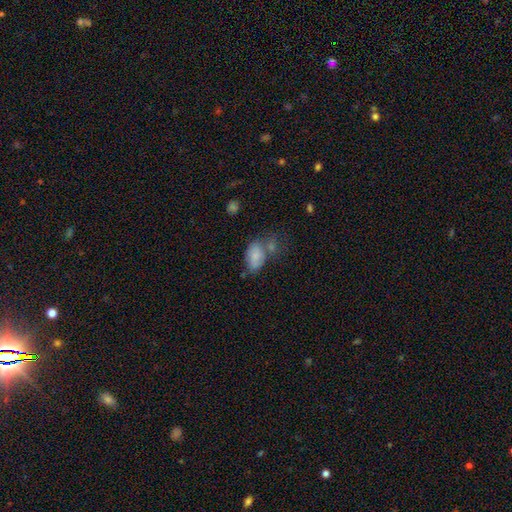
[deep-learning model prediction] Overall: smooth (80%). How rounded: in between (90%). Merging: none (39%; merger 29%).